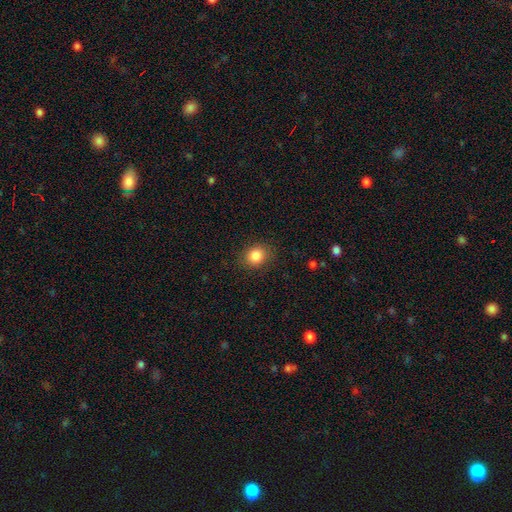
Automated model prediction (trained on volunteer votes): Smooth or featured? Predicted: smooth (p=0.85). How rounded? Predicted: round (p=0.66). Merging? Predicted: none (p=0.87).